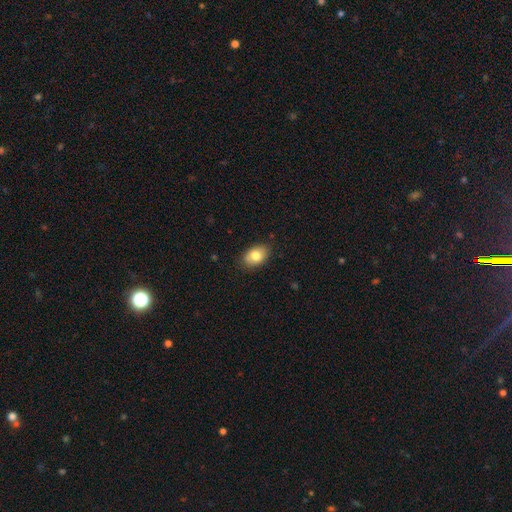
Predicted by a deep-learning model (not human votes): smooth 79%, featured or disk 13%, star or artifact 8%. Down the decision tree: how rounded — in between (85%); merging — none (83%).